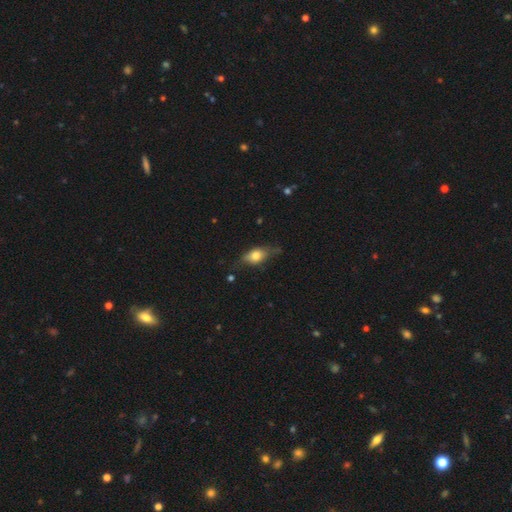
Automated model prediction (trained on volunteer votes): Morphology: type=smooth (66%); roundness=in between (78%); merging=none (59%).